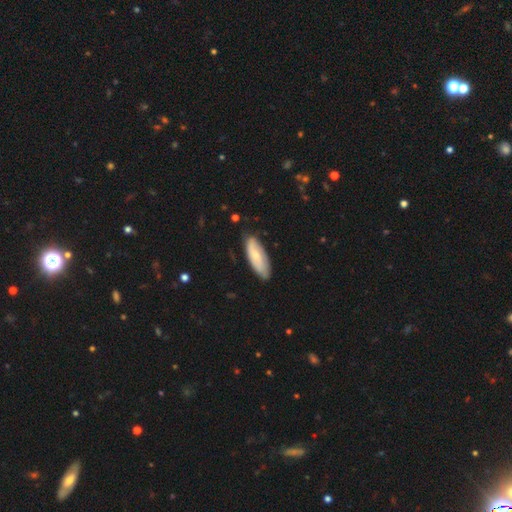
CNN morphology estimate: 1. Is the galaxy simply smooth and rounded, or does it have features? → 60% smooth, 34% featured or disk, 6% star or artifact.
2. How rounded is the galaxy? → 67% in between, 31% cigar-shaped, 2% round.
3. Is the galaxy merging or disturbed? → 77% none, 18% minor disturbance, 3% major disturbance, 2% merger.